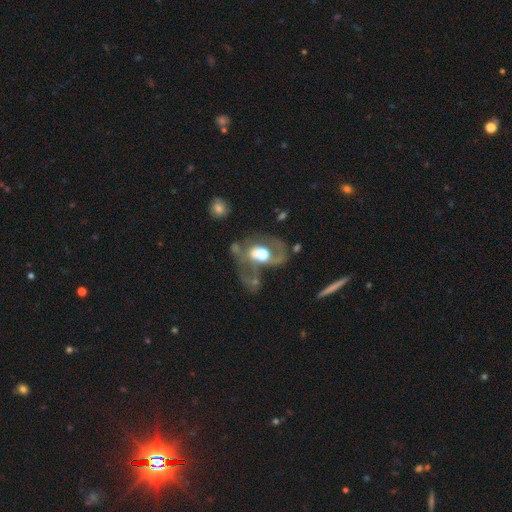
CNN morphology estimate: A featured or disk galaxy (71%) with no bar (67%), spiral arms (55%) and a moderate central bulge (55%). Merging: none (42%).